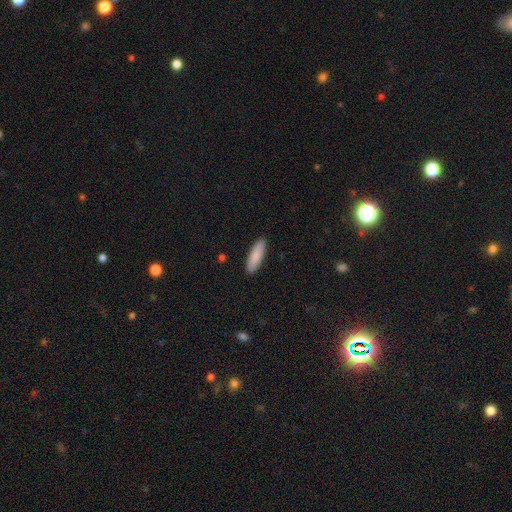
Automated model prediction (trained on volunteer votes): This is clearly a smooth galaxy (88%). How rounded: possibly cigar-shaped (59%). Merging: clearly none (91%).